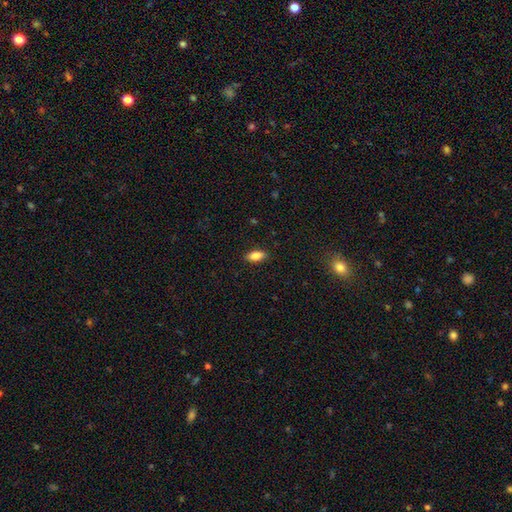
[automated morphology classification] Smooth or featured? Predicted: smooth (p=0.83). How rounded? Predicted: in between (p=0.86). Merging? Predicted: none (p=0.89).